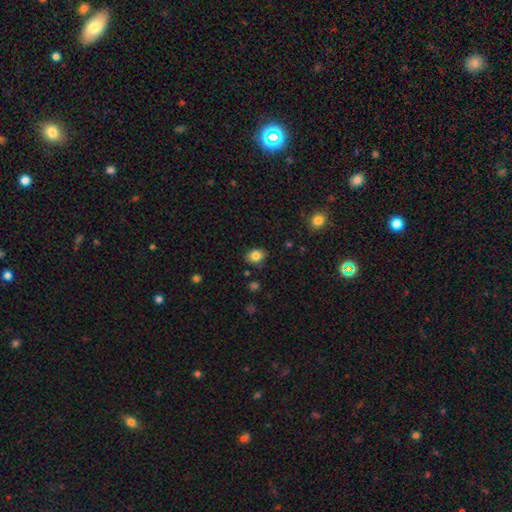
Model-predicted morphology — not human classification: smooth 82%, star or artifact 11%, featured or disk 7%. Down the decision tree: how rounded — round (53%); merging — none (84%).